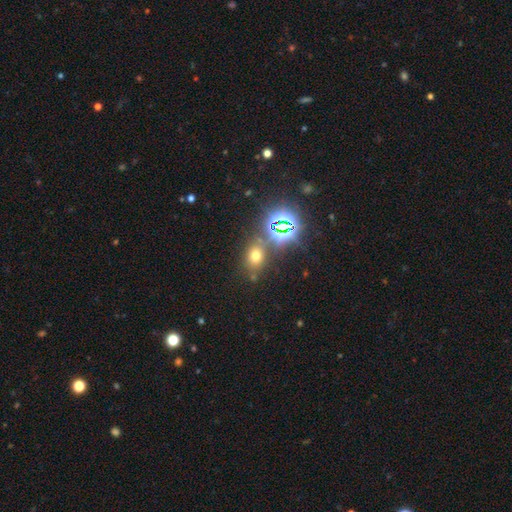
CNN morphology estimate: A smooth galaxy with no disk features (56%) that is in between round and cigar-shaped (56%).

Vote fractions:
- Smooth or featured? smooth: 56% / star or artifact: 34% / featured or disk: 10%
- How rounded? in between: 56% / round: 42% / cigar-shaped: 2%
- Merging? none: 69% / merger: 13% / minor disturbance: 12% / major disturbance: 6%